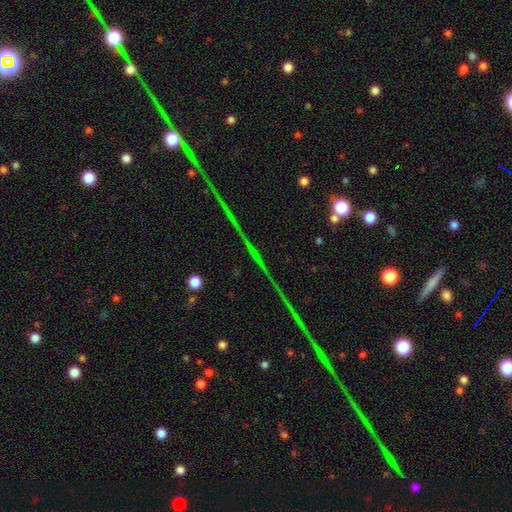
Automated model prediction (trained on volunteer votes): Smooth or featured? star or artifact (72%)